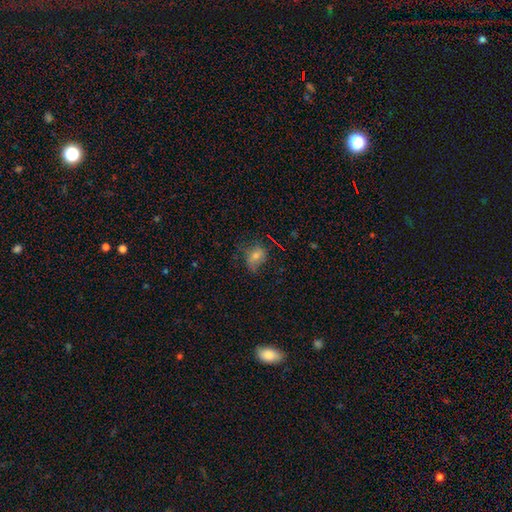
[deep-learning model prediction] The model was most divided on "merging": none: 53%, minor disturbance: 30%, major disturbance: 15%, merger: 2%. More confident: how rounded — in between (67%); smooth or featured — smooth (66%).